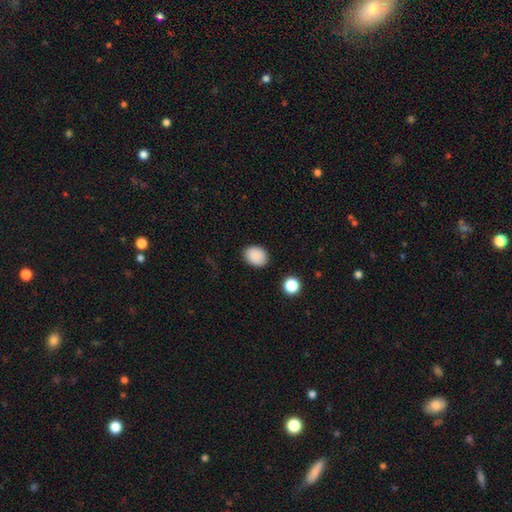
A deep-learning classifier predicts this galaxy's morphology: Smooth or featured: smooth — 88% (star or artifact — 9%)
How rounded: in between — 55% (round — 44%)
Merging: none — 87% (minor disturbance — 9%)